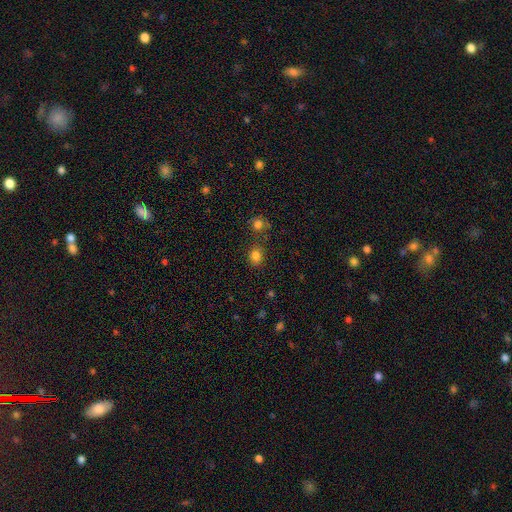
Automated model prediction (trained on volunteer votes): This is clearly a smooth galaxy (82%). How rounded: possibly round (56%). Merging: likely none (77%).